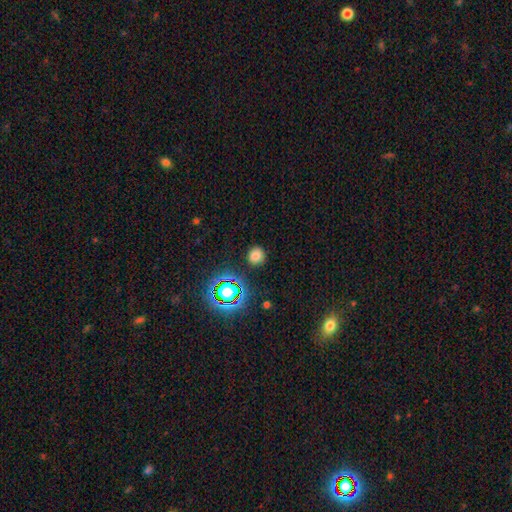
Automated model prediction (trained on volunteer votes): A smooth galaxy with no disk features (74%) that is round (89%). Merging: none (87%).